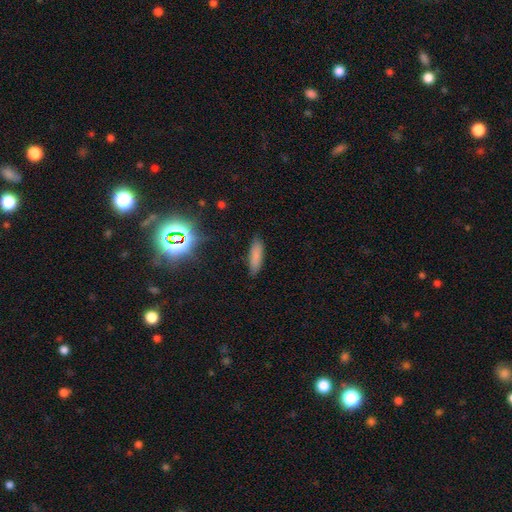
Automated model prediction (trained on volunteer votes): A smooth galaxy with no disk features (80%) that is cigar-shaped (60%).

Vote fractions:
- Smooth or featured? smooth: 80% / star or artifact: 12% / featured or disk: 9%
- How rounded? cigar-shaped: 60% / in between: 38% / round: 2%
- Merging? none: 85% / minor disturbance: 11% / major disturbance: 3% / merger: 1%